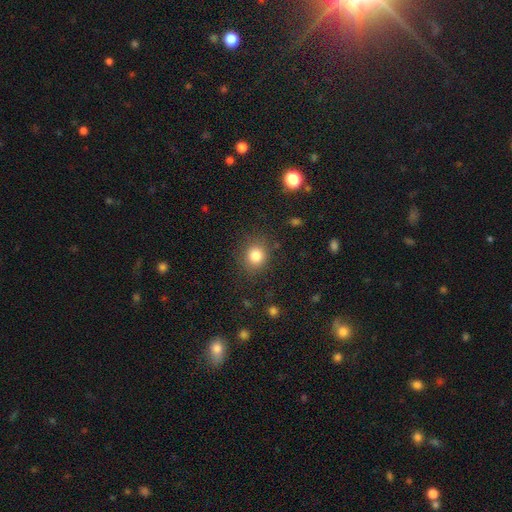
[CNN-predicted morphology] smooth 82%, star or artifact 12%, featured or disk 6%. Down the decision tree: how rounded — round (79%); merging — none (84%).